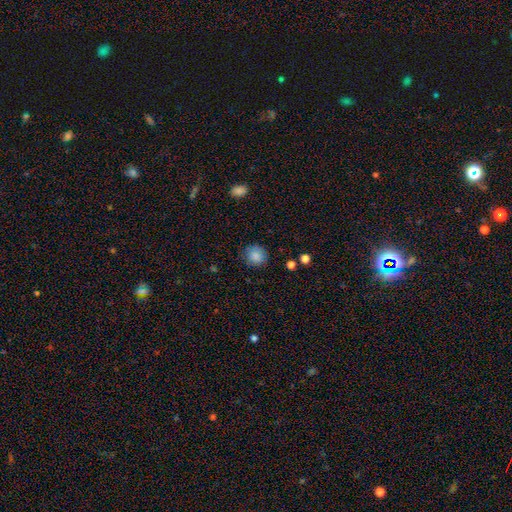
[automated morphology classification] Overall: smooth (86%). How rounded: round (90%). Merging: none (84%).